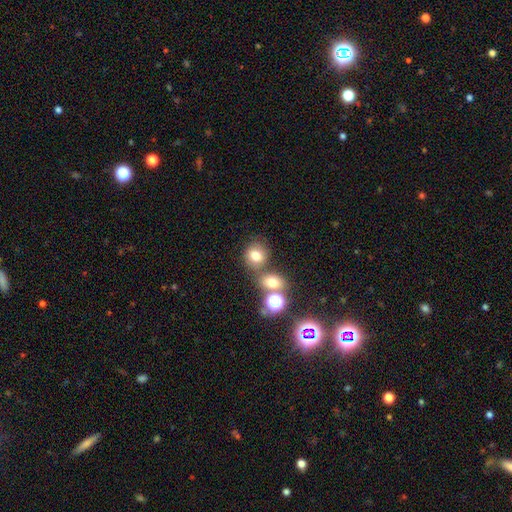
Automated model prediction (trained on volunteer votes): Smooth or featured? smooth (74%)
How rounded? round (74%)
Merging? none (60%)